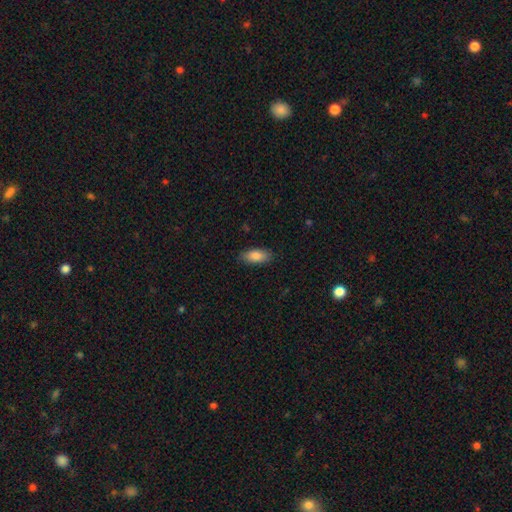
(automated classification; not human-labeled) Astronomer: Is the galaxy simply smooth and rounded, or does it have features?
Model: smooth — 87%.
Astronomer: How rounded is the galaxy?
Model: in between — 86%.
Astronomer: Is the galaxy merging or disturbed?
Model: none — 86%.